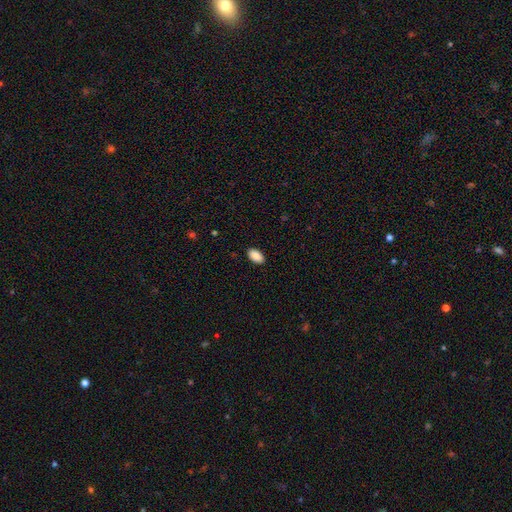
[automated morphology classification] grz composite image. It shows a smooth galaxy with no disk features (90%) that is in between round and cigar-shaped (95%). Merging: none (89%).